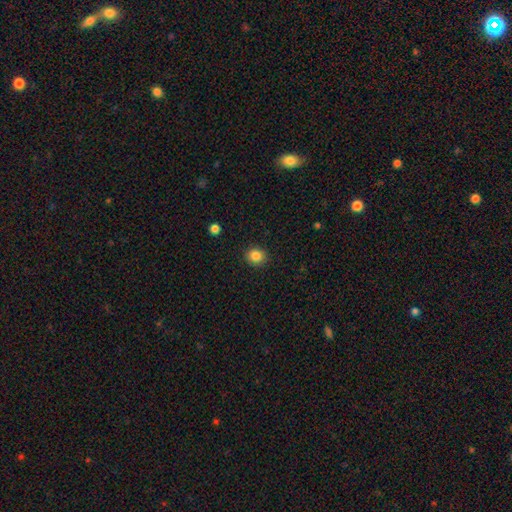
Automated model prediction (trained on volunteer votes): The model was most divided on "how rounded": round: 77%, in between: 22%, cigar-shaped: 1%. More confident: merging — none (90%); smooth or featured — smooth (85%).